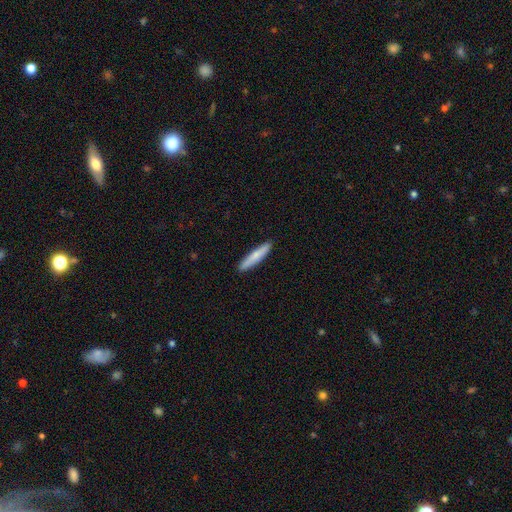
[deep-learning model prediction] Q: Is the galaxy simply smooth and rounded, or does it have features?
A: smooth — 73%.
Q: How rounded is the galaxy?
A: cigar-shaped — 91%.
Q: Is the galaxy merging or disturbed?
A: none — 91%.